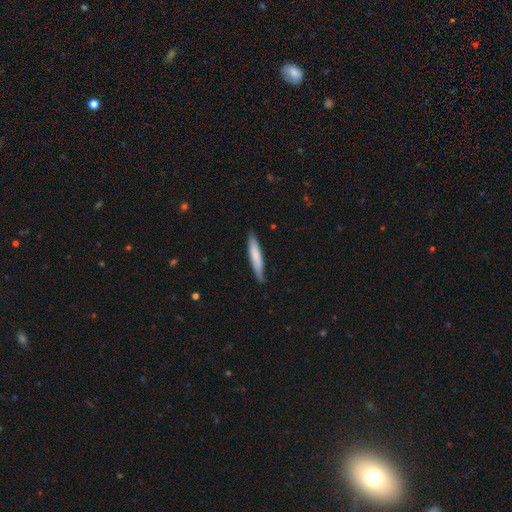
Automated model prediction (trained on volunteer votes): Q: Smooth or featured?
A: smooth (71%); runner-up: featured or disk (24%)
Q: How rounded?
A: cigar-shaped (91%); runner-up: in between (7%)
Q: Merging?
A: none (84%); runner-up: minor disturbance (13%)